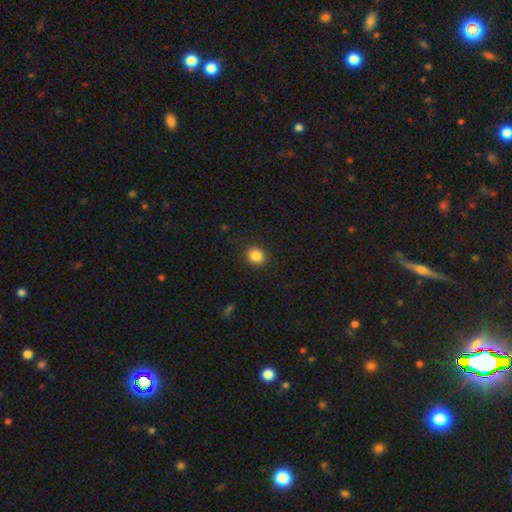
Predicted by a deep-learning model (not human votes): smooth_or_featured: smooth (p=0.86) [alt: star or artifact p=0.10]
how_rounded: round (p=0.70) [alt: in between p=0.29]
merging: none (p=0.90) [alt: minor disturbance p=0.07]